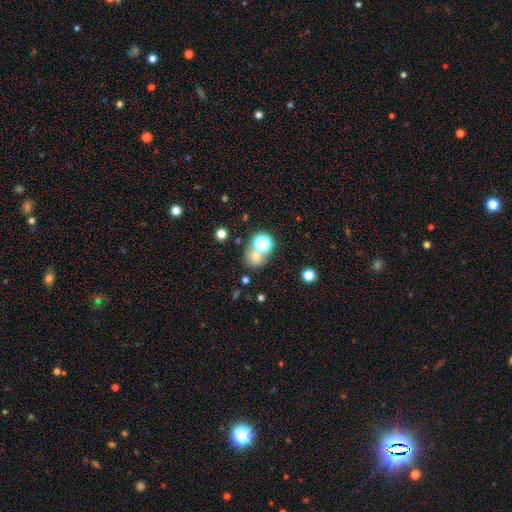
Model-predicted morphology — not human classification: The model was most divided on "merging": none: 53%, merger: 33%, minor disturbance: 9%, major disturbance: 5%. More confident: how rounded — round (73%); smooth or featured — smooth (60%).